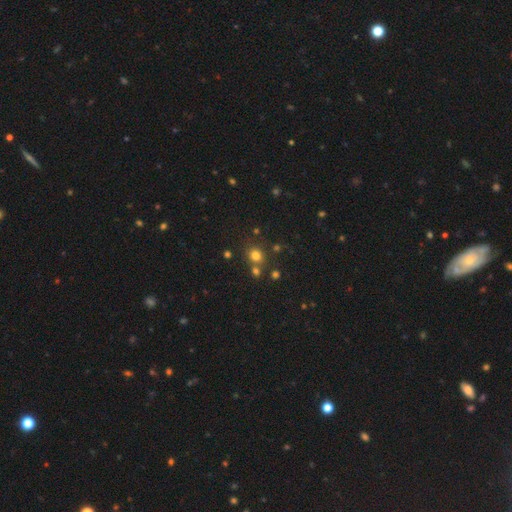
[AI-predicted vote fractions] This is likely a smooth galaxy (75%). How rounded: clearly round (80%). Merging: likely none (71%).